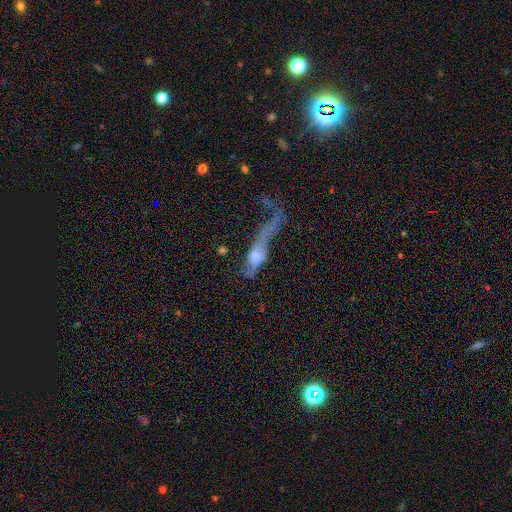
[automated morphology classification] Smooth or featured: featured or disk — 51% (smooth — 34%)
Edge-on disk: no — 59% (yes — 41%)
Merging: major disturbance — 54% (none — 17%)